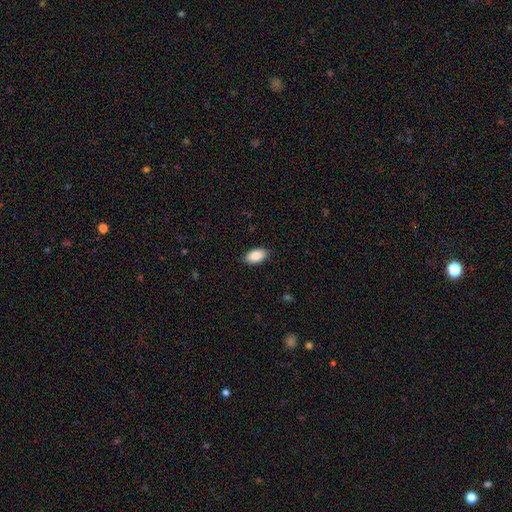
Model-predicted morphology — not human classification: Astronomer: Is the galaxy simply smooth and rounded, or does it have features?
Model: smooth — 90%.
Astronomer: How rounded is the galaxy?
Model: in between — 94%.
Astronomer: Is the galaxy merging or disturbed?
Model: none — 88%.